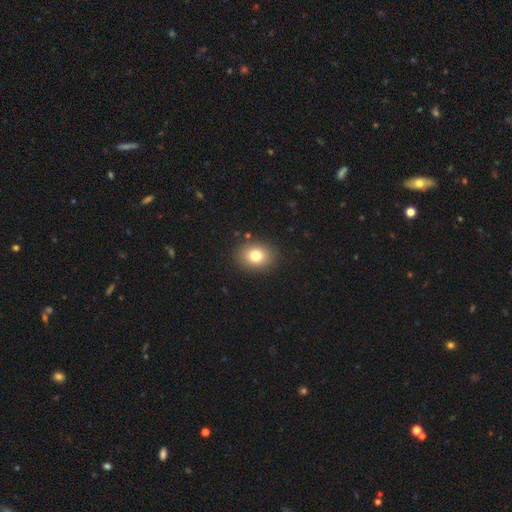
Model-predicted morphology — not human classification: smooth 78%, star or artifact 11%, featured or disk 11%. Down the decision tree: how rounded — in between (52%); merging — none (88%).